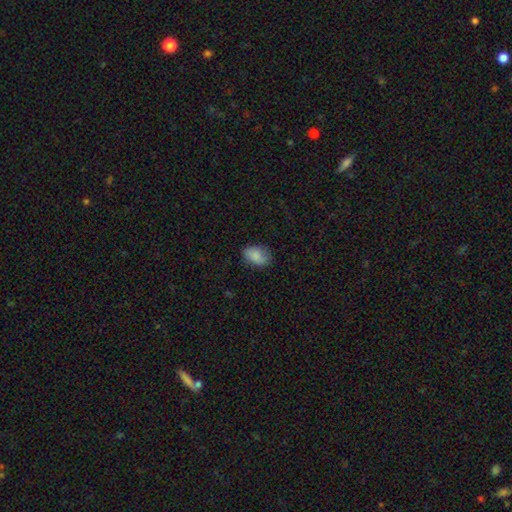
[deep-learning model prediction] Smooth or featured? smooth (86%)
How rounded? in between (85%)
Merging? none (78%)